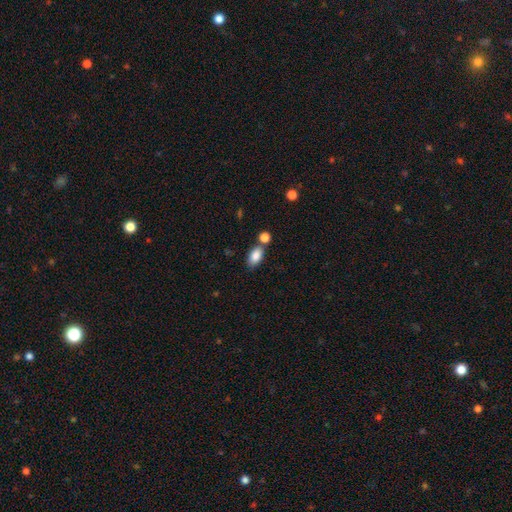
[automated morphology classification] type=smooth (85%); roundness=in between (89%); merging=none (62%).